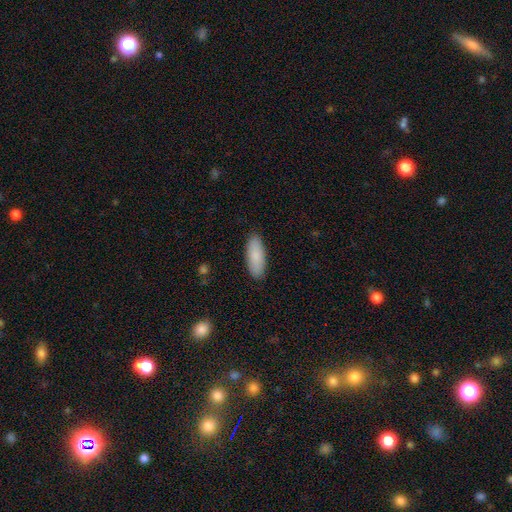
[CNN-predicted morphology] This is clearly a smooth galaxy (87%). How rounded: likely in between (72%). Merging: clearly none (88%).